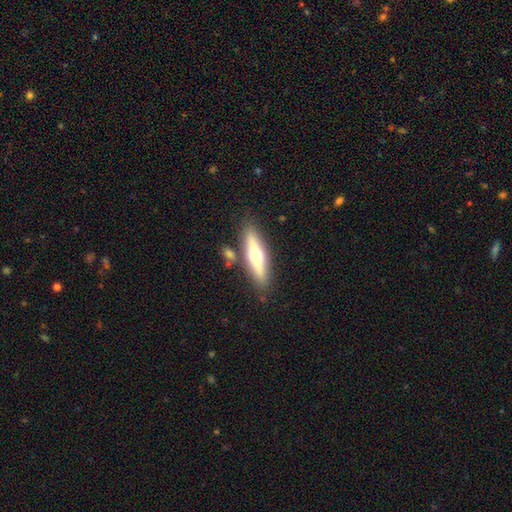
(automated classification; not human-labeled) This is possibly a featured or disk galaxy (49%). Merging: clearly none (81%).